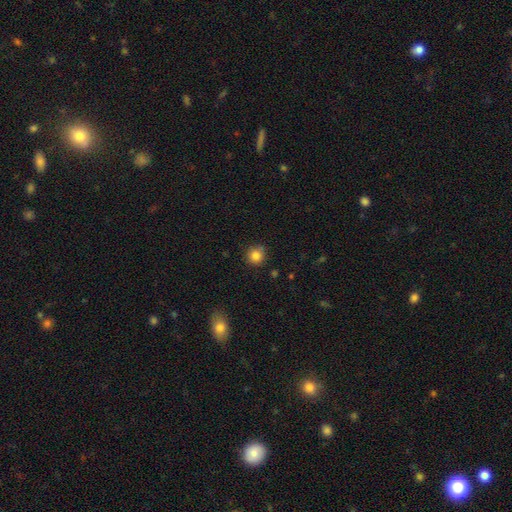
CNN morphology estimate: This appears to be a smooth galaxy with no disk features (84%) that is round (89%). Merging: none (79%).